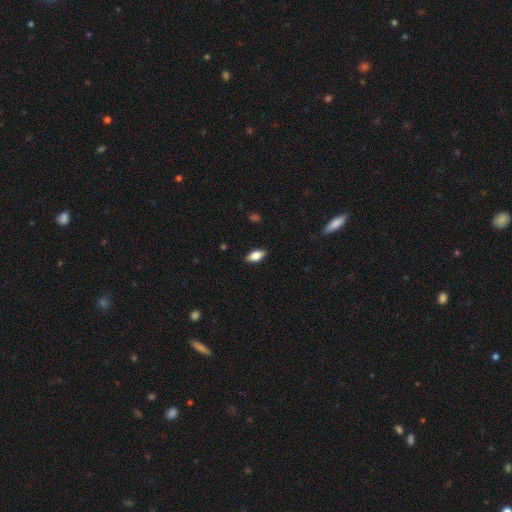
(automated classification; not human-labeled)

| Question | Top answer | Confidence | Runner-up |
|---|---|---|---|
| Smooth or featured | smooth | 71% | featured or disk (21%) |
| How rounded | in between | 86% | cigar-shaped (10%) |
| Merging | none | 88% | minor disturbance (9%) |